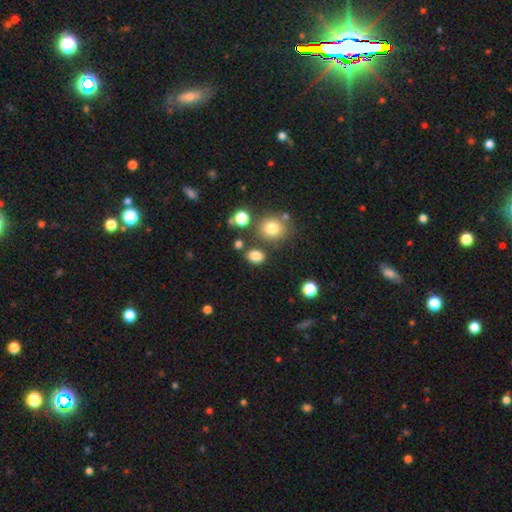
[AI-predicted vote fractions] Smooth or featured?
  - smooth: 81% *
  - star or artifact: 13%
  - featured or disk: 5%
How rounded?
  - in between: 54% *
  - round: 45%
  - cigar-shaped: 1%
Merging?
  - none: 77% *
  - minor disturbance: 11%
  - merger: 8%
  - major disturbance: 4%